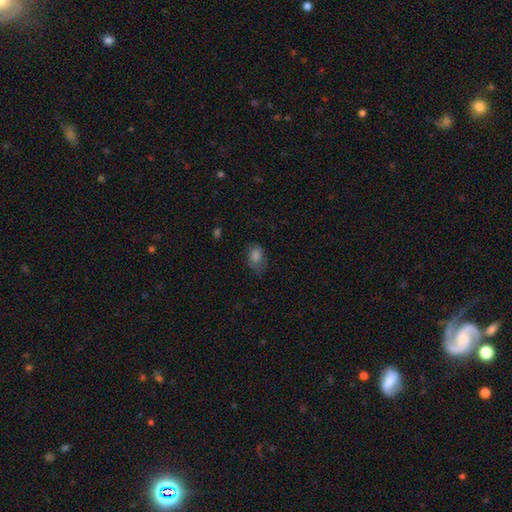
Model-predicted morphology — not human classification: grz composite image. It shows a smooth galaxy with no disk features (71%) that is in between round and cigar-shaped (69%). Merging: none (59%).